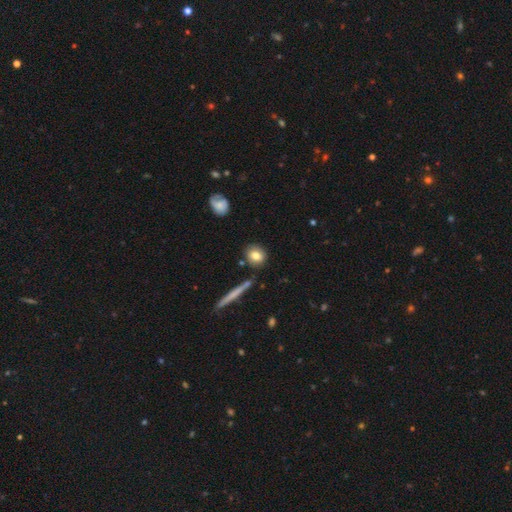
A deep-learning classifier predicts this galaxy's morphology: smooth_or_featured: smooth (p=0.80) [alt: featured or disk p=0.12]
how_rounded: round (p=0.68) [alt: in between p=0.28]
merging: none (p=0.83) [alt: minor disturbance p=0.10]